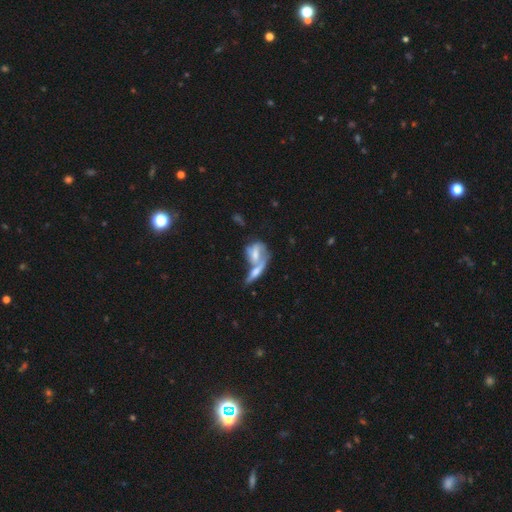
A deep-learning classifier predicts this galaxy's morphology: Overall: featured or disk (54%; smooth 38%). Edge-on disk: no (78%). Merging: merger (61%; none 22%).